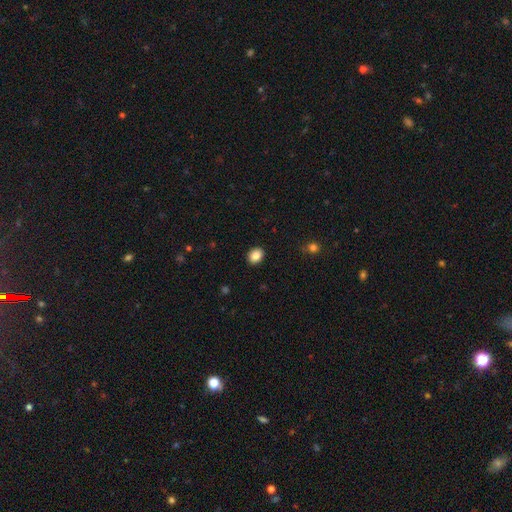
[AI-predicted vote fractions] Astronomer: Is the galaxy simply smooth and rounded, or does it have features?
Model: smooth — 87%.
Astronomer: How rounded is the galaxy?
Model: in between — 57% (runner-up: round, 42%).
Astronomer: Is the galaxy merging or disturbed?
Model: none — 90%.